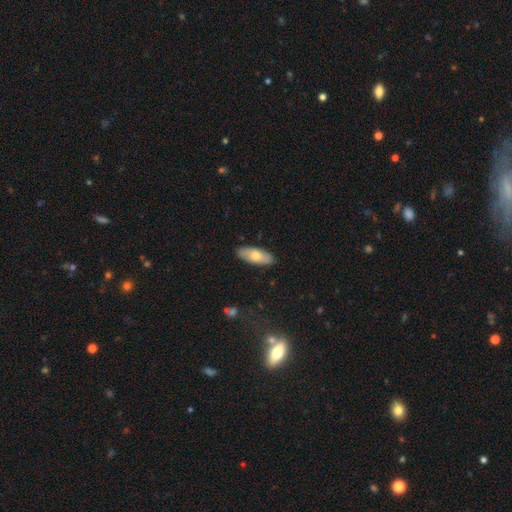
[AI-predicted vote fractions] This is likely a smooth galaxy (67%). How rounded: clearly in between (81%). Merging: clearly none (87%).